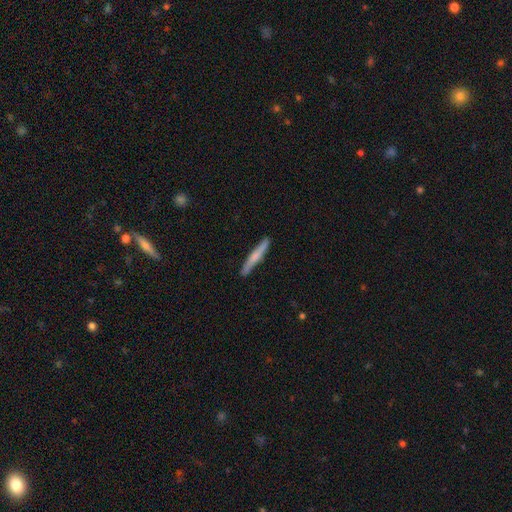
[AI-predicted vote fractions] Smooth or featured? Predicted: smooth (p=0.52). How rounded? Predicted: cigar-shaped (p=0.95). Merging? Predicted: none (p=0.89).